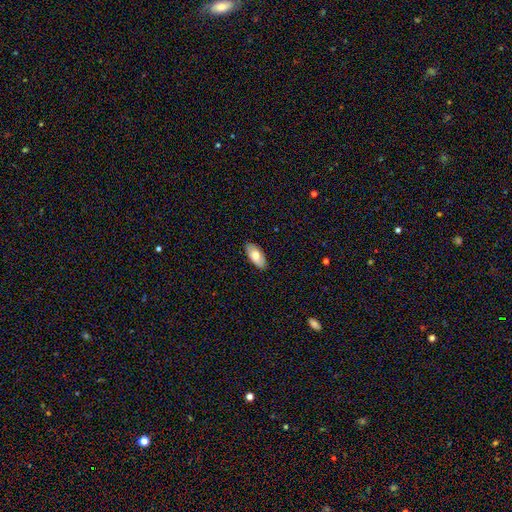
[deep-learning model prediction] A smooth galaxy with no disk features (75%) that is in between round and cigar-shaped (93%).

Vote fractions:
- Smooth or featured? smooth: 75% / featured or disk: 19% / star or artifact: 6%
- How rounded? in between: 93% / cigar-shaped: 5% / round: 2%
- Merging? none: 87% / minor disturbance: 10% / major disturbance: 2% / merger: 1%